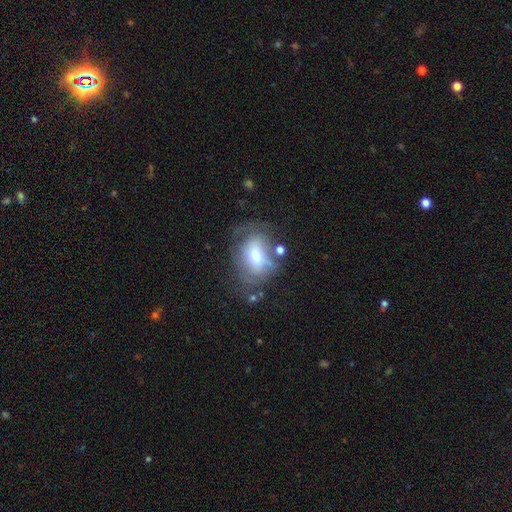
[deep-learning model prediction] Smooth or featured? smooth (50%)
Merging? none (46%)